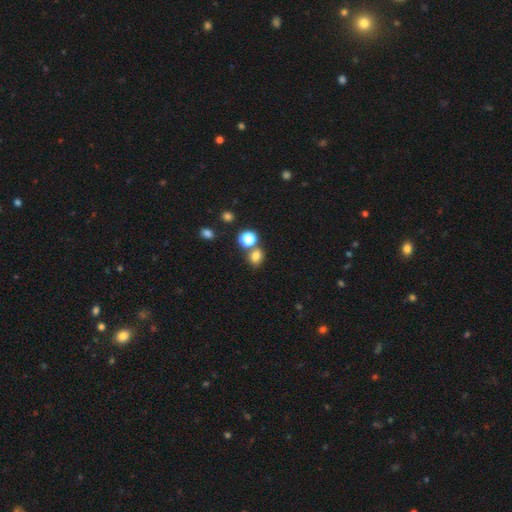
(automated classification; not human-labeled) smooth 77%, star or artifact 16%, featured or disk 7%. Down the decision tree: how rounded — round (53%); merging — none (61%).